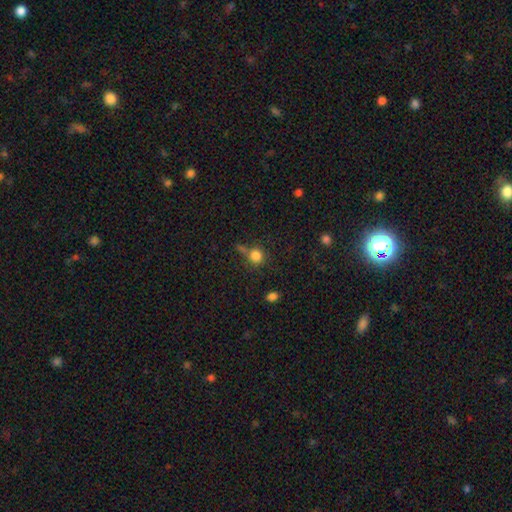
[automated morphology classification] Smooth or featured? Predicted: smooth (p=0.81). How rounded? Predicted: round (p=0.88). Merging? Predicted: none (p=0.58).